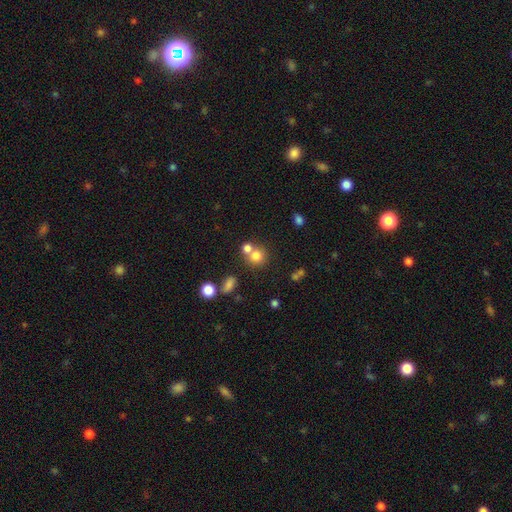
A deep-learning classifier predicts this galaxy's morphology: This is likely a smooth galaxy (75%). How rounded: clearly round (84%). Merging: possibly none (49%).